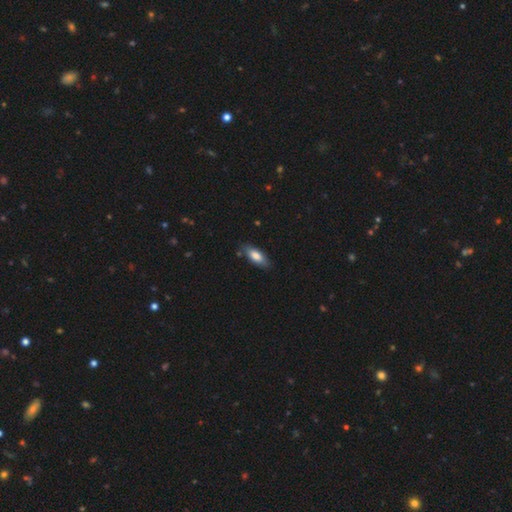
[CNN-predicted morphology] Smooth or featured?
  - smooth: 79% *
  - featured or disk: 15%
  - star or artifact: 6%
How rounded?
  - in between: 77% *
  - cigar-shaped: 21%
  - round: 2%
Merging?
  - none: 80% *
  - minor disturbance: 15%
  - major disturbance: 3%
  - merger: 2%